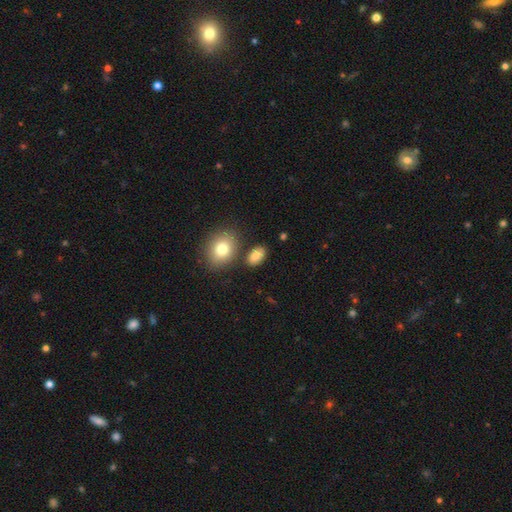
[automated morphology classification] A smooth galaxy with no disk features (81%) that is in between round and cigar-shaped (87%).

Vote fractions:
- Smooth or featured? smooth: 81% / featured or disk: 10% / star or artifact: 9%
- How rounded? in between: 87% / round: 11% / cigar-shaped: 2%
- Merging? none: 77% / minor disturbance: 12% / merger: 7% / major disturbance: 3%